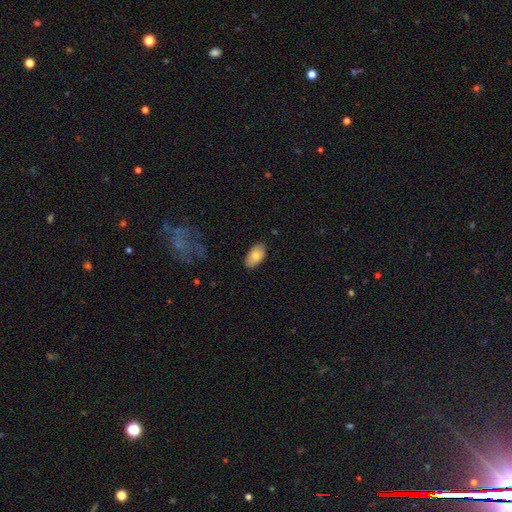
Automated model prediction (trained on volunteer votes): Smooth or featured? smooth (77%)
How rounded? in between (94%)
Merging? none (83%)